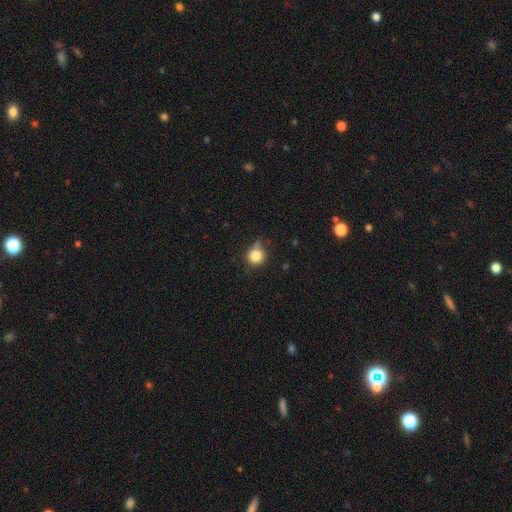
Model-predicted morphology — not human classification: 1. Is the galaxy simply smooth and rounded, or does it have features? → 82% smooth, 11% star or artifact, 7% featured or disk.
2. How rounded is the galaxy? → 90% round, 9% in between, 1% cigar-shaped.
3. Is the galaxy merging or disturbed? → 63% none, 26% minor disturbance, 6% major disturbance, 5% merger.